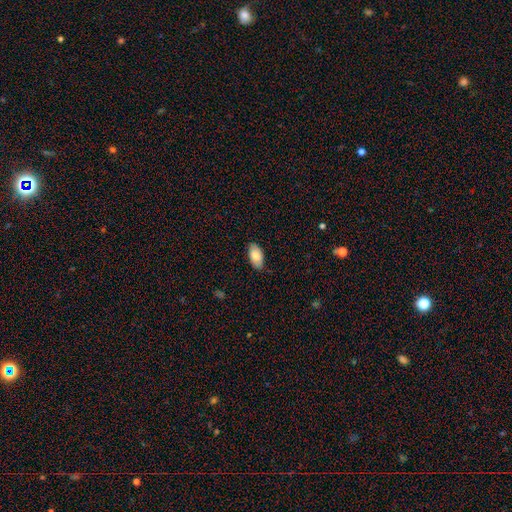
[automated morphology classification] This is clearly a smooth galaxy (81%). How rounded: clearly in between (95%). Merging: clearly none (84%).